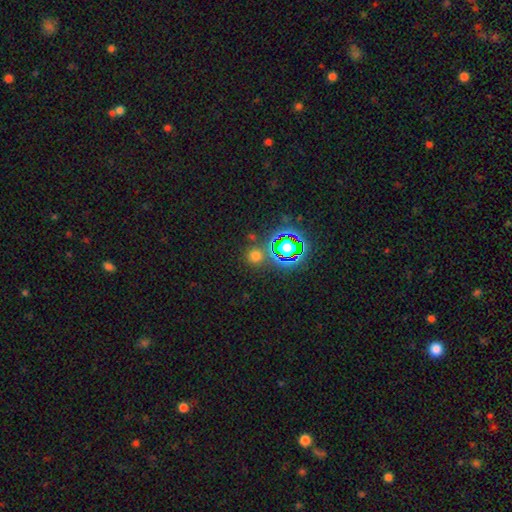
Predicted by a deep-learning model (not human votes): Smooth or featured? smooth (60%)
How rounded? round (91%)
Merging? none (79%)